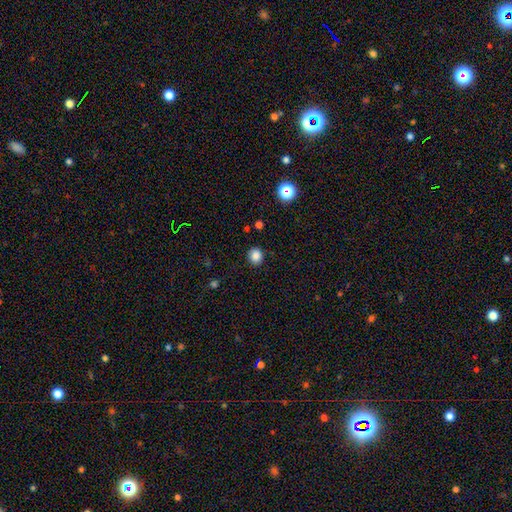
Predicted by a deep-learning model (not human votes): smooth-or-featured: smooth: 84% | star or artifact: 12% | featured or disk: 4%
  how-rounded: round: 77% | in between: 22% | cigar-shaped: 1%
  merging: none: 89% | minor disturbance: 7% | major disturbance: 2% | merger: 1%